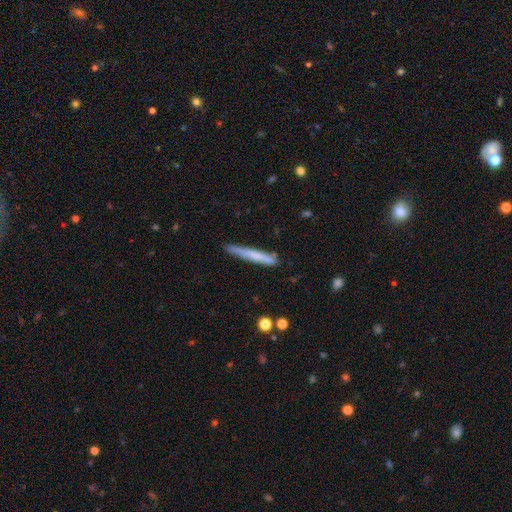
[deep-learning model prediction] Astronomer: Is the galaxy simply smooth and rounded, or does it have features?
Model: smooth — 65%.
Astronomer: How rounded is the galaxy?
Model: cigar-shaped — 96%.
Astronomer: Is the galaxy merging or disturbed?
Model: none — 78%.